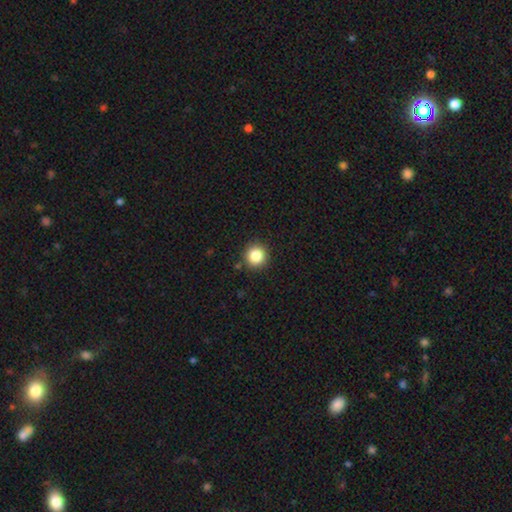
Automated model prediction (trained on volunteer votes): Overall: smooth (85%). How rounded: round (94%). Merging: none (90%).